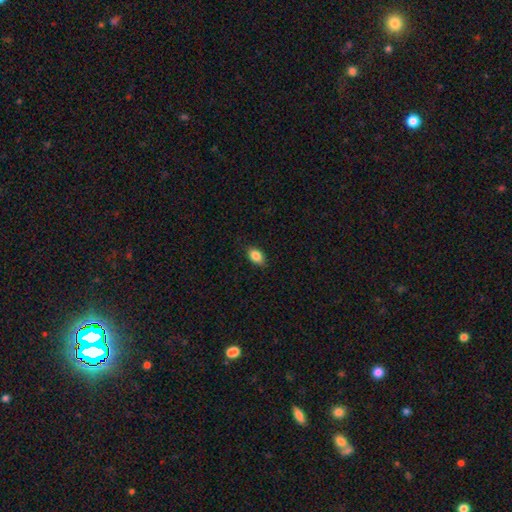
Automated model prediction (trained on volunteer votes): Smooth or featured? Predicted: smooth (p=0.85). How rounded? Predicted: in between (p=0.87). Merging? Predicted: none (p=0.85).